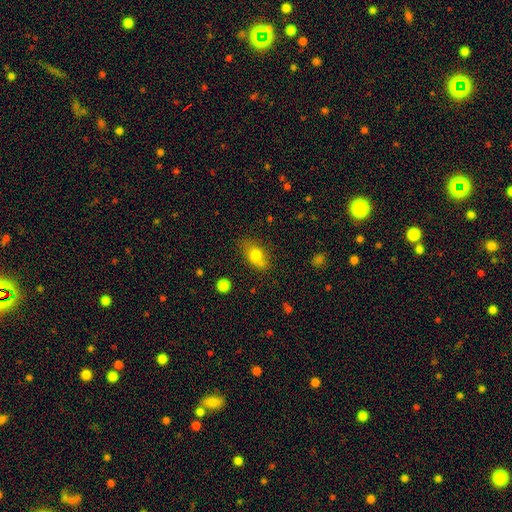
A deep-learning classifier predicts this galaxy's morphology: A smooth galaxy with no disk features (77%) that is in between round and cigar-shaped (77%).

Vote fractions:
- Smooth or featured? smooth: 77% / featured or disk: 13% / star or artifact: 9%
- How rounded? in between: 77% / round: 18% / cigar-shaped: 4%
- Merging? none: 66% / minor disturbance: 21% / merger: 7% / major disturbance: 6%